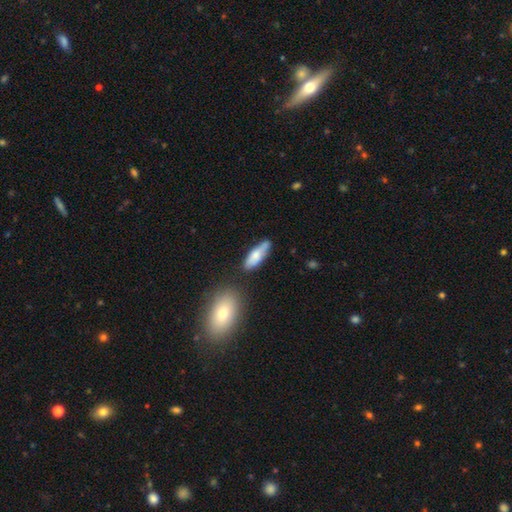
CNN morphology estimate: This is likely a smooth galaxy (72%). How rounded: possibly in between (55%). Merging: likely none (64%).